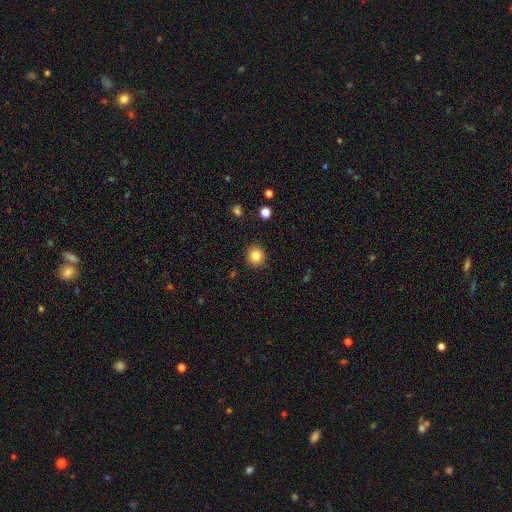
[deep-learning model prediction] A smooth galaxy with no disk features (83%) that is round (87%). Merging: none (91%).